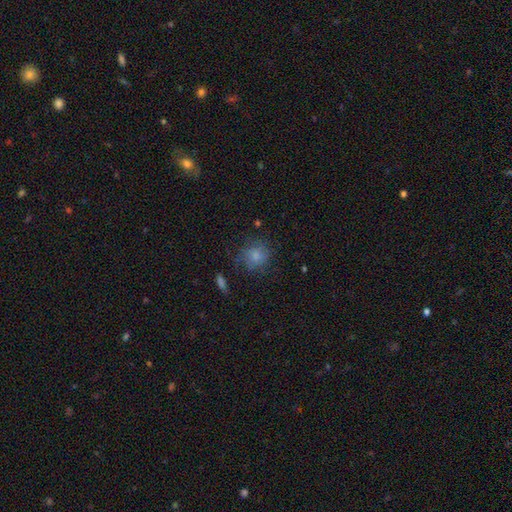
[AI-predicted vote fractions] smooth 75%, featured or disk 14%, star or artifact 11%. Down the decision tree: how rounded — round (83%); merging — none (66%).